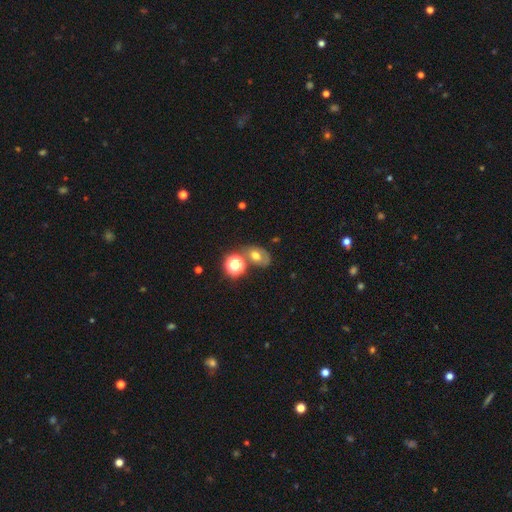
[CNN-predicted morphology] smooth 55%, featured or disk 26%, star or artifact 19%. Down the decision tree: how rounded — in between (70%); merging — none (57%).